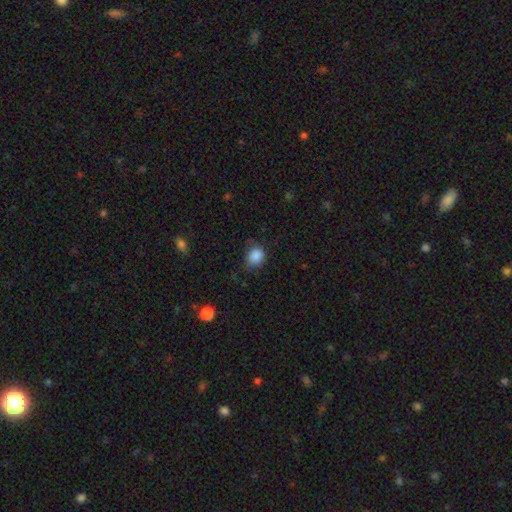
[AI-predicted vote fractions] Smooth or featured?
  - smooth: 86% *
  - star or artifact: 10%
  - featured or disk: 4%
How rounded?
  - round: 59% *
  - in between: 40%
  - cigar-shaped: 1%
Merging?
  - none: 66% *
  - minor disturbance: 26%
  - major disturbance: 6%
  - merger: 2%